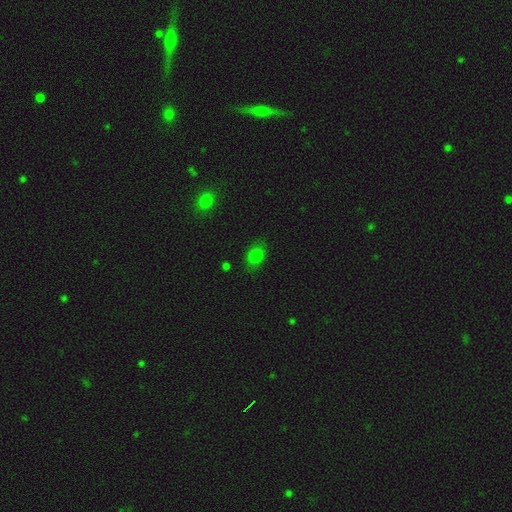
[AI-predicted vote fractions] smooth 78%, star or artifact 15%, featured or disk 7%. Down the decision tree: how rounded — in between (62%); merging — none (80%).